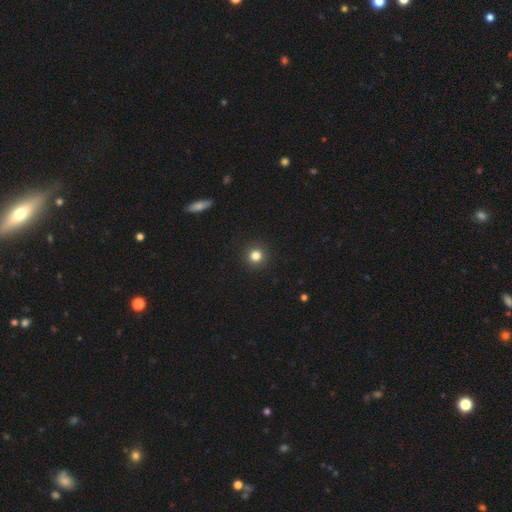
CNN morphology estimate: This is clearly a smooth galaxy (83%). How rounded: clearly round (94%). Merging: clearly none (93%).